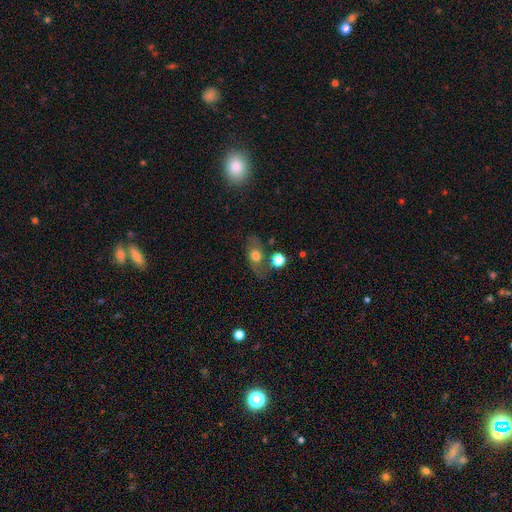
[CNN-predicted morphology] Smooth or featured: smooth — 52% (featured or disk — 37%)
How rounded: in between — 60% (round — 34%)
Merging: none — 60% (minor disturbance — 17%)